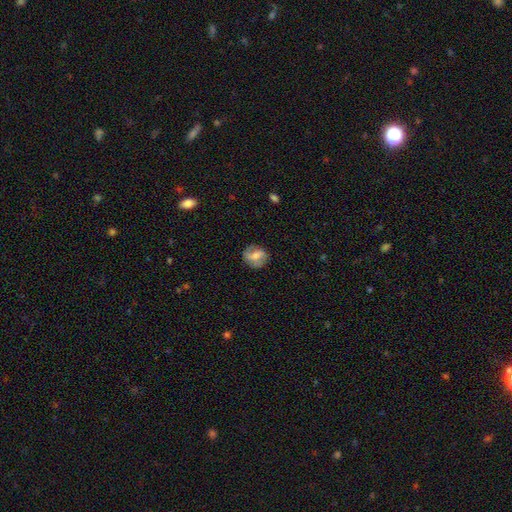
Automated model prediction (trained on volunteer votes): This appears to be a featured or disk galaxy (52%) with a weak bar (44%), spiral arms (77%) and a moderate central bulge (54%). Merging: none (78%).